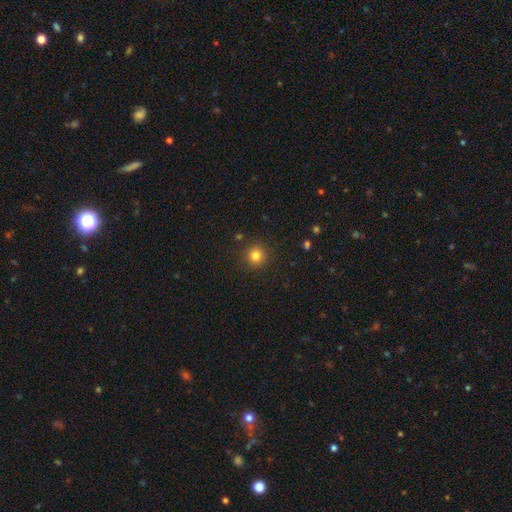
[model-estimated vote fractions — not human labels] Smooth or featured: smooth — 82% (star or artifact — 13%)
How rounded: round — 93% (in between — 6%)
Merging: none — 90% (minor disturbance — 6%)